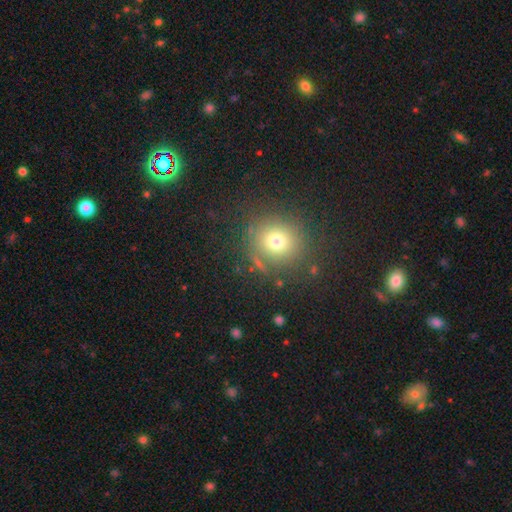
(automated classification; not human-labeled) Smooth or featured? Predicted: smooth (p=0.60). How rounded? Predicted: round (p=0.90). Merging? Predicted: none (p=0.84).